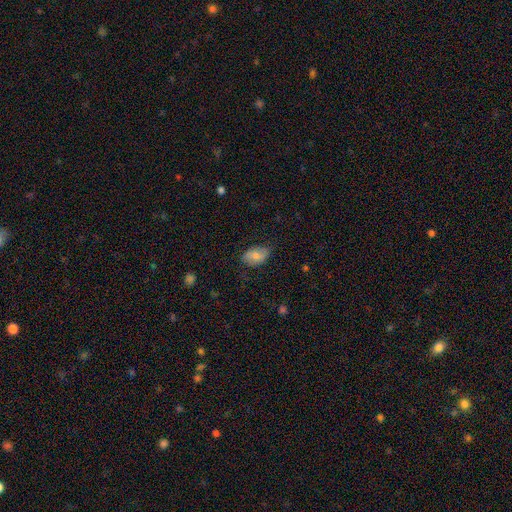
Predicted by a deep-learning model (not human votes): A smooth galaxy with no disk features (74%) that is in between round and cigar-shaped (88%).

Vote fractions:
- Smooth or featured? smooth: 74% / featured or disk: 19% / star or artifact: 7%
- How rounded? in between: 88% / round: 10% / cigar-shaped: 1%
- Merging? none: 73% / minor disturbance: 21% / major disturbance: 5% / merger: 1%